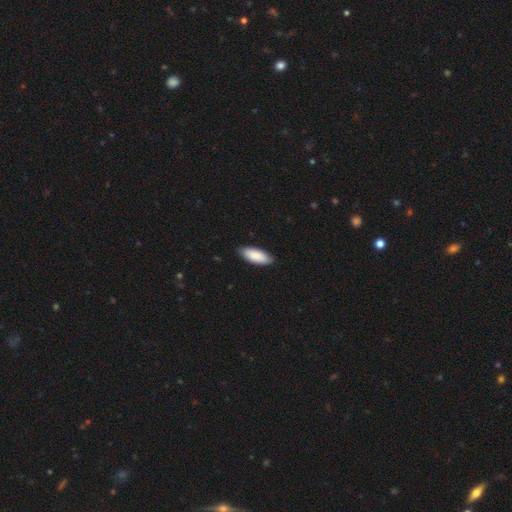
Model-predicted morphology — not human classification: A smooth galaxy with no disk features (87%) that is in between round and cigar-shaped (83%). Merging: none (86%).